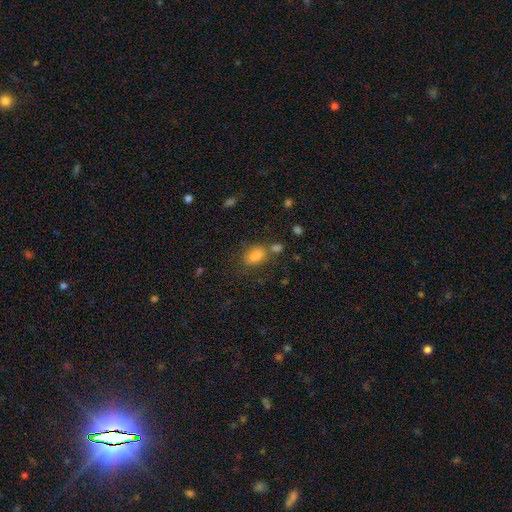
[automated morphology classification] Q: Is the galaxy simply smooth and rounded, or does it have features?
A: smooth — 80%.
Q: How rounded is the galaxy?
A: in between — 78%.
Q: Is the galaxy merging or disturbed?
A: none — 62%.